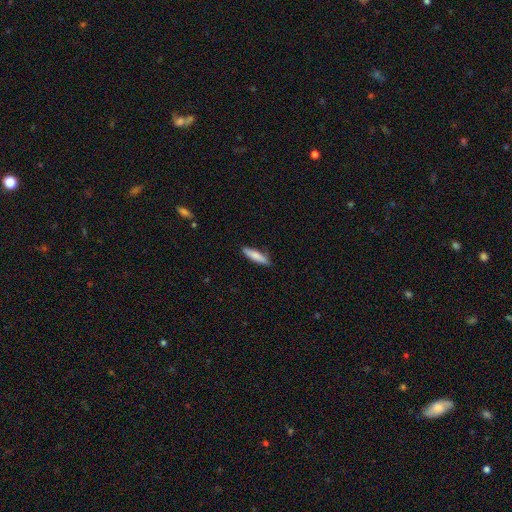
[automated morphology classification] Smooth or featured?
  - smooth: 83% *
  - featured or disk: 12%
  - star or artifact: 5%
How rounded?
  - cigar-shaped: 78% *
  - in between: 20%
  - round: 1%
Merging?
  - none: 88% *
  - minor disturbance: 9%
  - major disturbance: 2%
  - merger: 1%